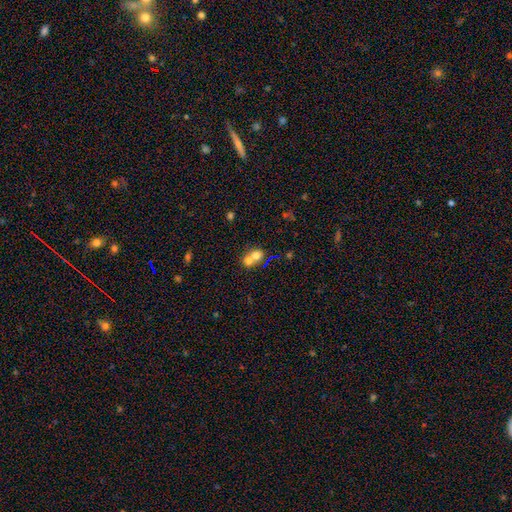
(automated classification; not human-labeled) Smooth or featured? smooth (69%)
How rounded? round (75%)
Merging? merger (67%)